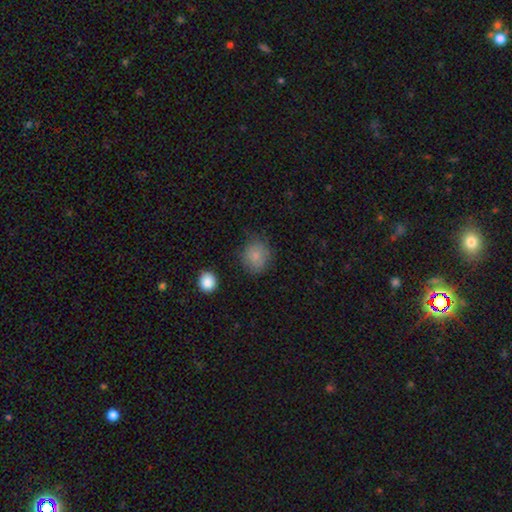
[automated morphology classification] Smooth or featured? smooth (83%)
How rounded? round (81%)
Merging? none (77%)